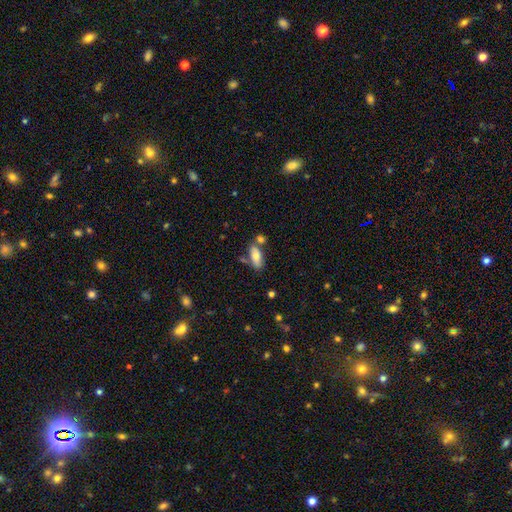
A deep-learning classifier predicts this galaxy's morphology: A smooth galaxy with no disk features (77%) that is in between round and cigar-shaped (83%). Merging: none (61%).